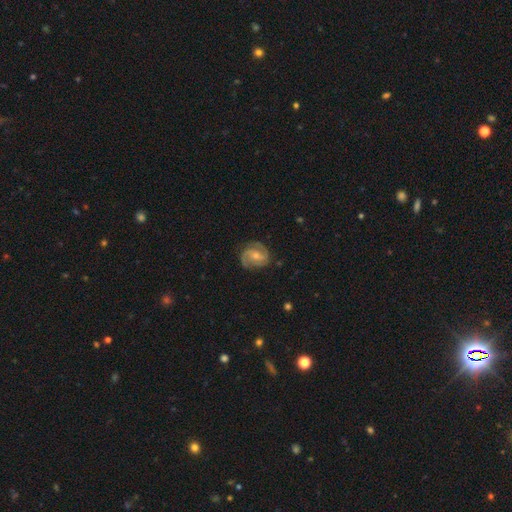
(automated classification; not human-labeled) This appears to be a featured or disk galaxy (82%) with no bar (45%), 2 (66%) medium (48%) spiral arms (96%) and a small central bulge (49%). Merging: none (78%).